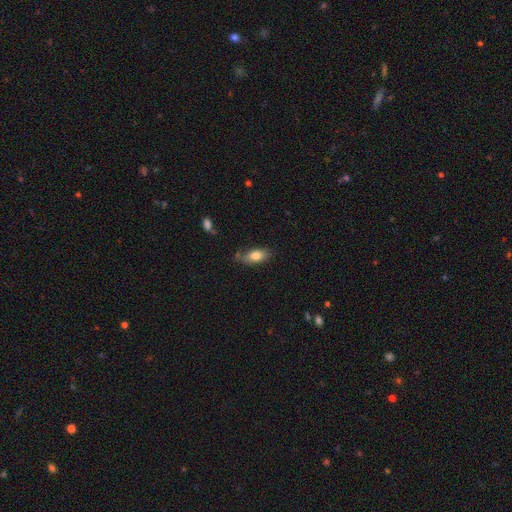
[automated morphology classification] smooth_or_featured: smooth (p=0.80) [alt: featured or disk p=0.13]
how_rounded: in between (p=0.87) [alt: cigar-shaped p=0.09]
merging: none (p=0.70) [alt: minor disturbance p=0.21]